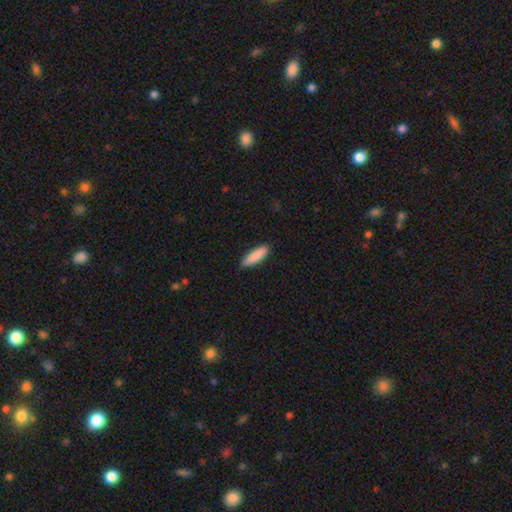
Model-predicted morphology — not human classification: Smooth or featured? Predicted: smooth (p=0.88). How rounded? Predicted: cigar-shaped (p=0.61). Merging? Predicted: none (p=0.87).